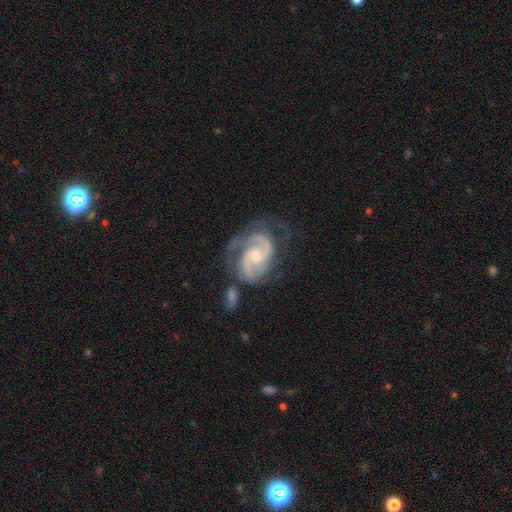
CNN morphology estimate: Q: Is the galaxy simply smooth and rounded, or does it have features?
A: featured or disk — 92%.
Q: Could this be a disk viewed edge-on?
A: no — 98%.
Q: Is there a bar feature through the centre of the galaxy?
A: no — 54%.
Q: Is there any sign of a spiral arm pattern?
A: yes — 98%.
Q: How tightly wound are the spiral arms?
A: tight — 48%.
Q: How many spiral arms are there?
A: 2 — 81%.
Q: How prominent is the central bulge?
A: small — 50%.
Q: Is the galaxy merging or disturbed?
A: none — 59%.